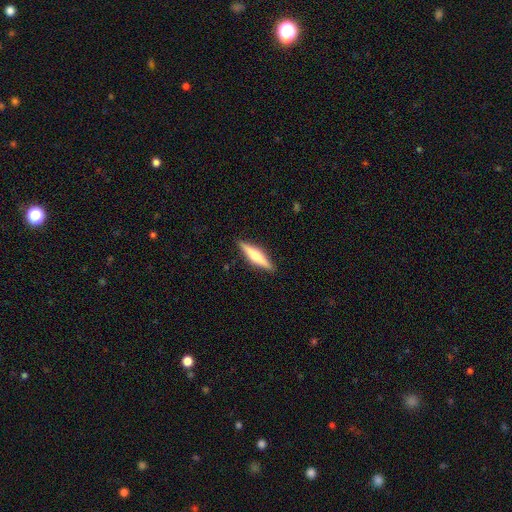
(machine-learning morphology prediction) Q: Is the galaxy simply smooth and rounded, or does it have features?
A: featured or disk — 50%.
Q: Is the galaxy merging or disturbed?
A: none — 90%.